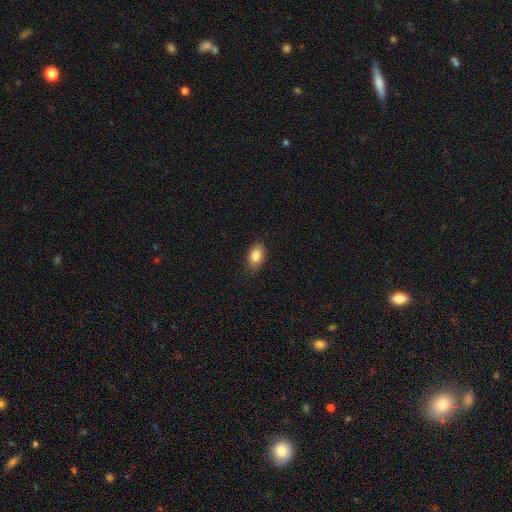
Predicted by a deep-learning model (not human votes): A smooth galaxy with no disk features (85%) that is in between round and cigar-shaped (89%).

Vote fractions:
- Smooth or featured? smooth: 85% / star or artifact: 8% / featured or disk: 7%
- How rounded? in between: 89% / round: 9% / cigar-shaped: 2%
- Merging? none: 83% / minor disturbance: 13% / major disturbance: 3% / merger: 1%